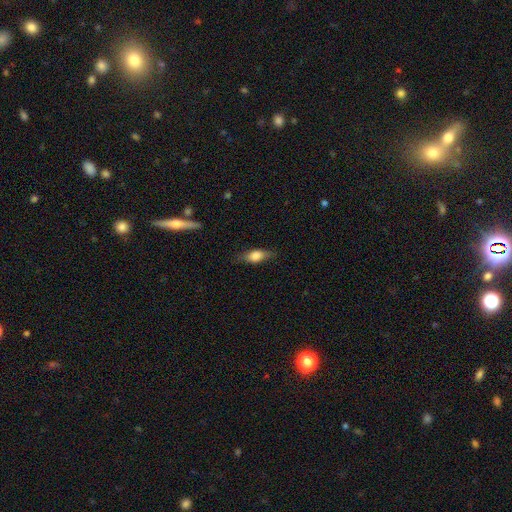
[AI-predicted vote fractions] smooth 66%, featured or disk 26%, star or artifact 8%. Down the decision tree: how rounded — in between (69%); merging — none (78%).